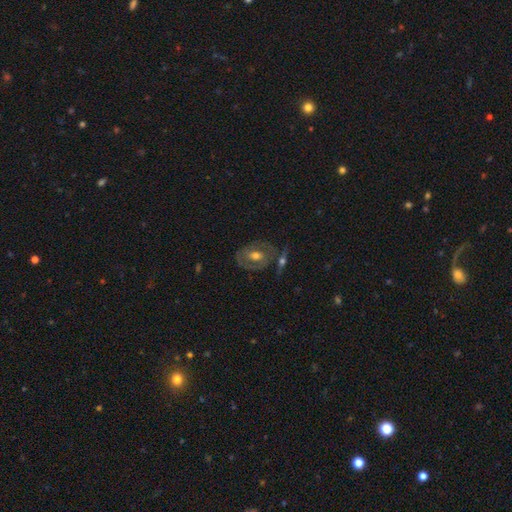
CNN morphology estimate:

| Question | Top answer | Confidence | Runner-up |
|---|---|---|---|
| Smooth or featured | featured or disk | 58% | smooth (34%) |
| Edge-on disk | no | 92% | yes (8%) |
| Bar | no | 62% | weak (28%) |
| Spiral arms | no | 61% | yes (39%) |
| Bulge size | moderate | 71% | small (16%) |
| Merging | none | 63% | minor disturbance (17%) |